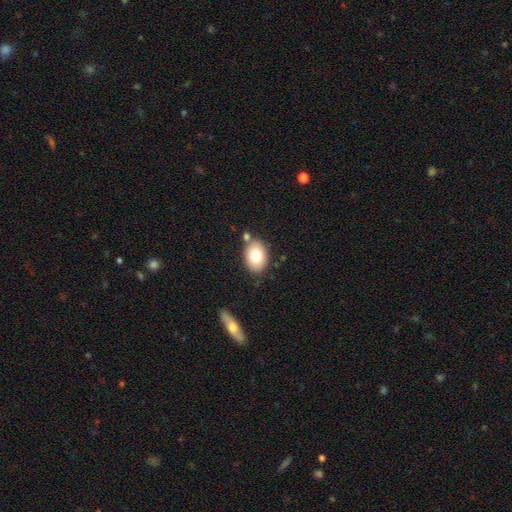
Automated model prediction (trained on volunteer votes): Smooth or featured: smooth — 78% (featured or disk — 15%)
How rounded: in between — 79% (round — 20%)
Merging: none — 75% (minor disturbance — 13%)